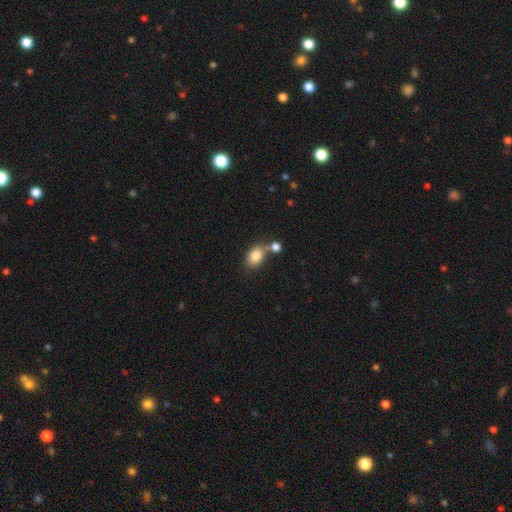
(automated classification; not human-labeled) The model was most divided on "merging": none: 51%, merger: 31%, minor disturbance: 14%, major disturbance: 5%. More confident: smooth or featured — smooth (84%); how rounded — in between (81%).